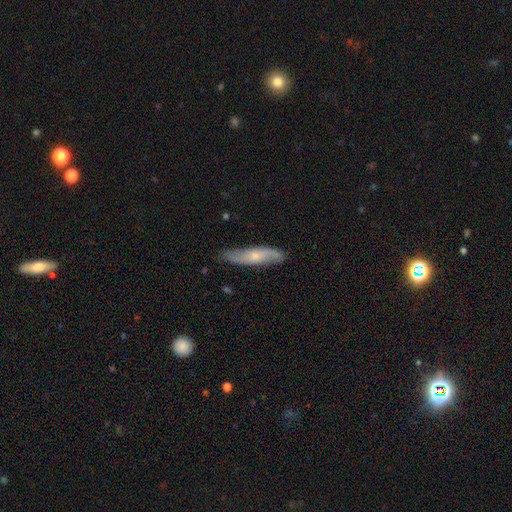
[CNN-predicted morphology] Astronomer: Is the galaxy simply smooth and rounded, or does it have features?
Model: featured or disk — 51% (runner-up: smooth, 43%).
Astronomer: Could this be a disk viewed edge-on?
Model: no — 61% (runner-up: yes, 39%).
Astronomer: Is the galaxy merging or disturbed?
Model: none — 79%.